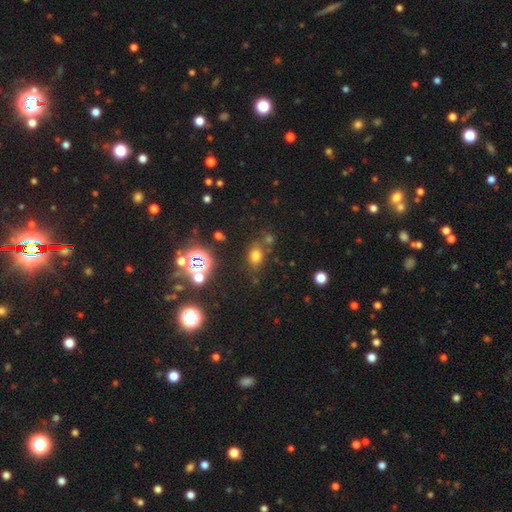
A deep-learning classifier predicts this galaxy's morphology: A smooth galaxy with no disk features (66%) that is in between round and cigar-shaped (57%).

Vote fractions:
- Smooth or featured? smooth: 66% / star or artifact: 25% / featured or disk: 9%
- How rounded? in between: 57% / round: 41% / cigar-shaped: 2%
- Merging? none: 70% / minor disturbance: 14% / merger: 10% / major disturbance: 6%